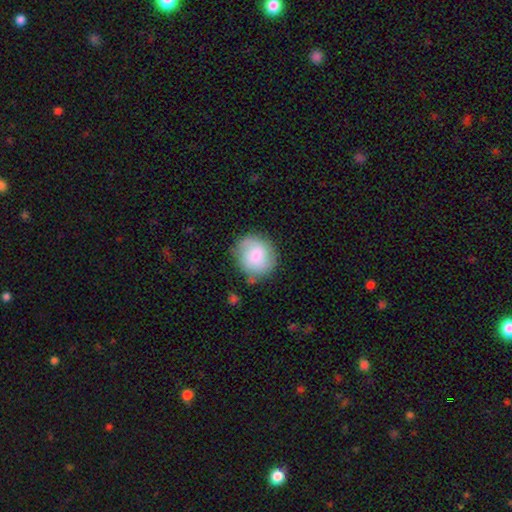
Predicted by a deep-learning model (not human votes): Smooth or featured: smooth — 70% (featured or disk — 22%)
How rounded: round — 85% (in between — 14%)
Merging: none — 72% (minor disturbance — 19%)